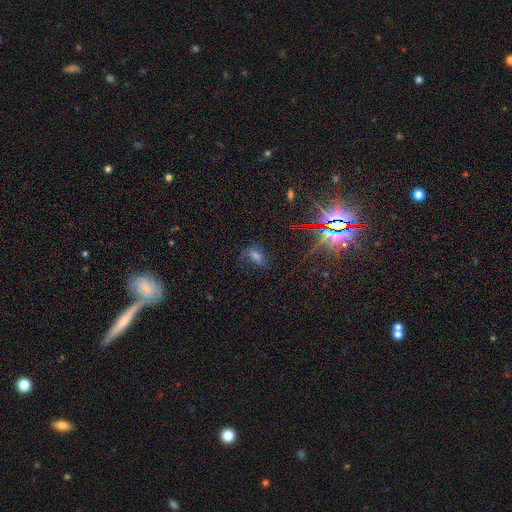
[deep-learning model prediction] Smooth or featured?
  - smooth: 36% *
  - star or artifact: 35%
  - featured or disk: 29%
Merging?
  - none: 54% *
  - major disturbance: 21%
  - minor disturbance: 21%
  - merger: 3%